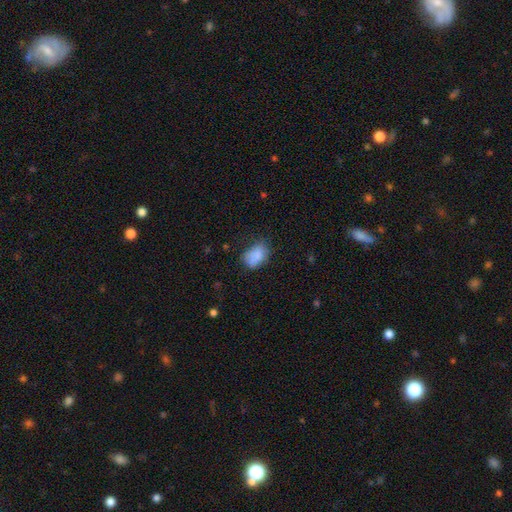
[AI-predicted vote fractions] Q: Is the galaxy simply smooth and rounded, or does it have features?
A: smooth — 81%.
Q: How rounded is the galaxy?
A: in between — 83%.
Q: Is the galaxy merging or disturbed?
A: none — 53%.